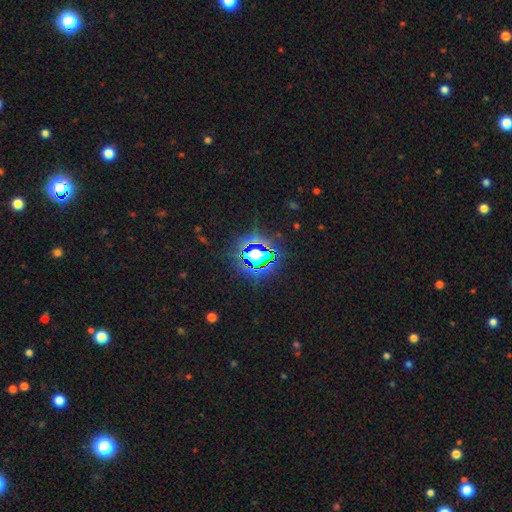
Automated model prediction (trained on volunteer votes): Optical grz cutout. It shows a star or artifact, not a galaxy (70%).